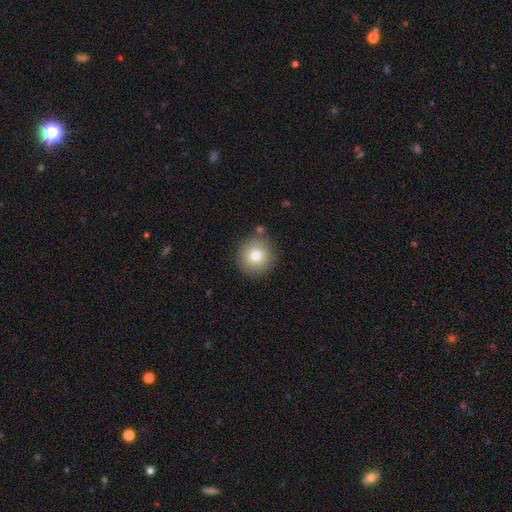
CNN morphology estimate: Overall: smooth (77%). How rounded: round (94%). Merging: none (84%).